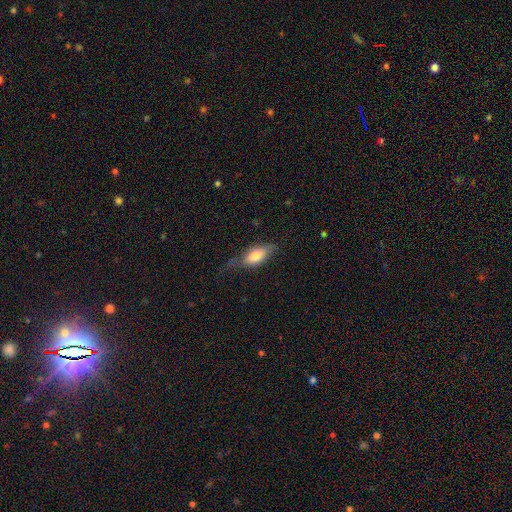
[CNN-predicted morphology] smooth 69%, featured or disk 24%, star or artifact 7%. Down the decision tree: how rounded — in between (80%); merging — none (50%).